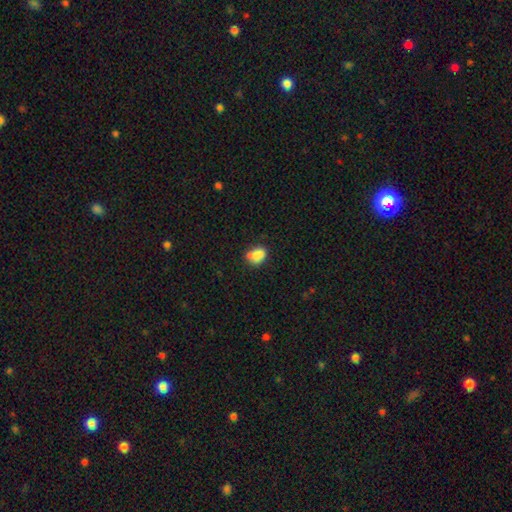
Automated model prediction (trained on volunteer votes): A smooth galaxy with no disk features (78%) that is in between round and cigar-shaped (58%). Merging: none (46%).